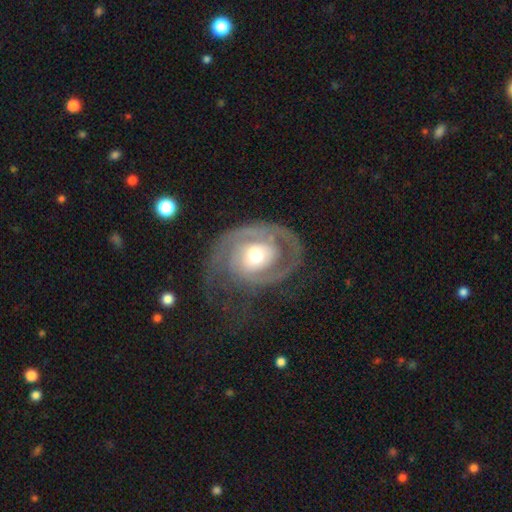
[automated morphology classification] A featured or disk galaxy (81%) with no bar (71%), 2 (46%) tight (54%) spiral arms (85%) and a moderate central bulge (66%).

Vote fractions:
- Smooth or featured? featured or disk: 81% / smooth: 14% / star or artifact: 5%
- Edge-on disk? no: 97% / yes: 3%
- Bar? no: 71% / weak: 21% / strong: 7%
- Spiral arms? yes: 85% / no: 15%
- Spiral winding? tight: 54% / medium: 31% / loose: 15%
- Spiral arm count? 2: 46% / 1: 25% / can't tell: 17% / 3: 6% / 4: 3% / more than 4: 3%
- Bulge size? moderate: 66% / large: 16% / small: 15% / dominant: 2% / none: 1%
- Merging? none: 53% / major disturbance: 26% / minor disturbance: 19% / merger: 2%